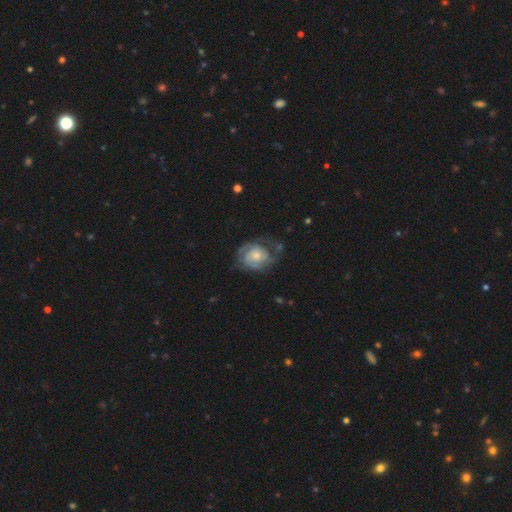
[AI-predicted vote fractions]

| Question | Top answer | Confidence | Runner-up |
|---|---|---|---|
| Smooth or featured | featured or disk | 82% | smooth (13%) |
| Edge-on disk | no | 98% | yes (2%) |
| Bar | no | 71% | weak (24%) |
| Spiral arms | yes | 95% | no (5%) |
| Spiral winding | tight | 59% | medium (32%) |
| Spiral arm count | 2 | 59% | can't tell (16%) |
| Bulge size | moderate | 47% | small (41%) |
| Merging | none | 61% | minor disturbance (22%) |